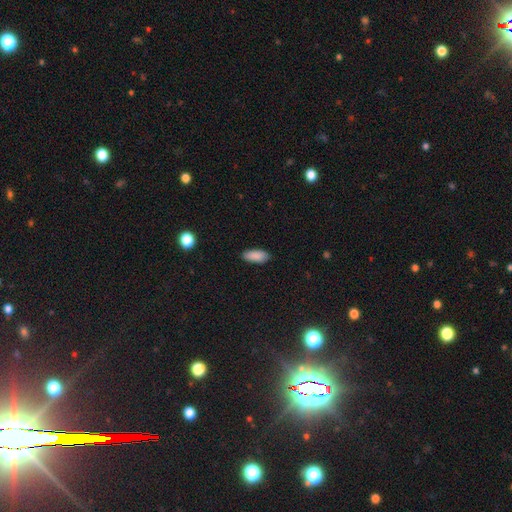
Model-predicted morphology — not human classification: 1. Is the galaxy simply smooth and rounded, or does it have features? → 89% smooth, 7% star or artifact, 4% featured or disk.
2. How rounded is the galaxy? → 85% in between, 13% cigar-shaped, 2% round.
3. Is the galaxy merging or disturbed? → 87% none, 10% minor disturbance, 2% major disturbance, 1% merger.